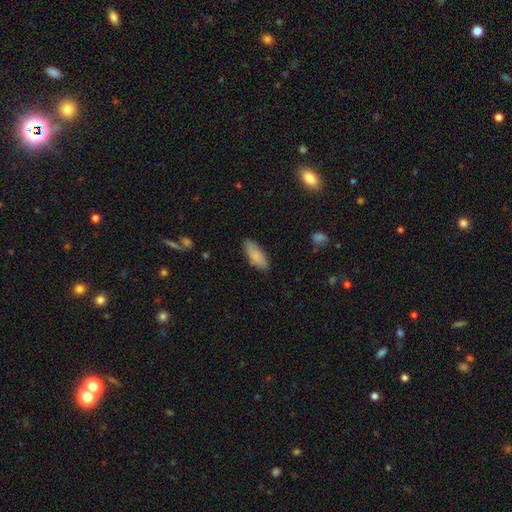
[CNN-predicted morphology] type=smooth (85%); roundness=in between (75%); merging=none (81%).